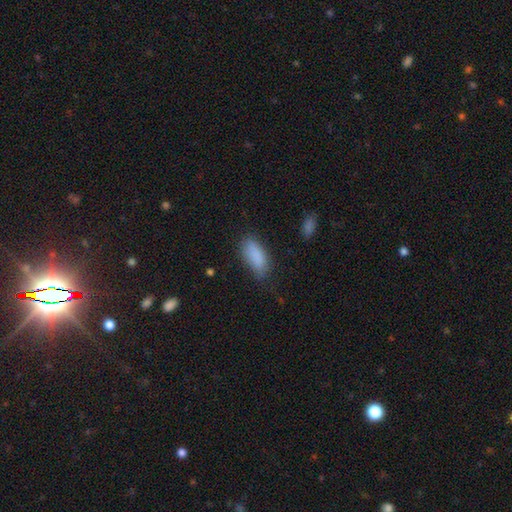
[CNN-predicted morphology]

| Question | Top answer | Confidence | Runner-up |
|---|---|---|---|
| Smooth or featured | smooth | 87% | star or artifact (7%) |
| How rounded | in between | 81% | cigar-shaped (17%) |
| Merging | none | 72% | minor disturbance (21%) |